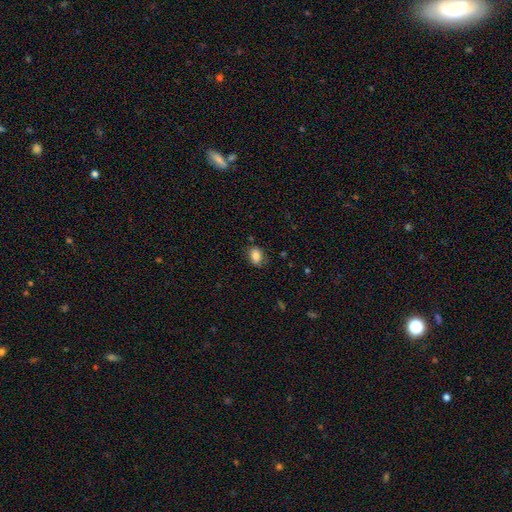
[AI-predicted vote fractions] Overall: smooth (85%). How rounded: in between (74%). Merging: none (78%).